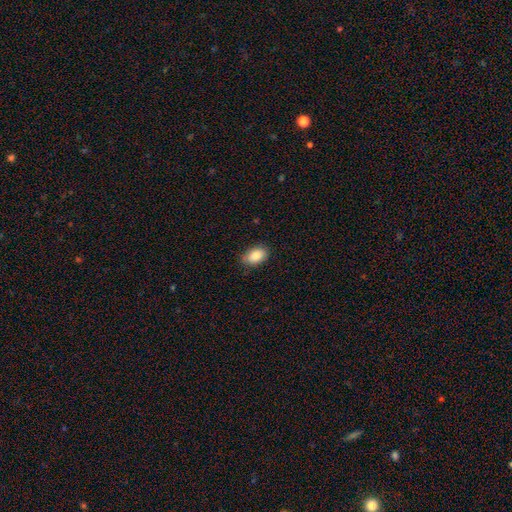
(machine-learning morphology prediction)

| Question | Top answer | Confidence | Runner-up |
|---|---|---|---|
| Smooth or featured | smooth | 88% | star or artifact (7%) |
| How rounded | in between | 91% | round (8%) |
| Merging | none | 82% | minor disturbance (15%) |